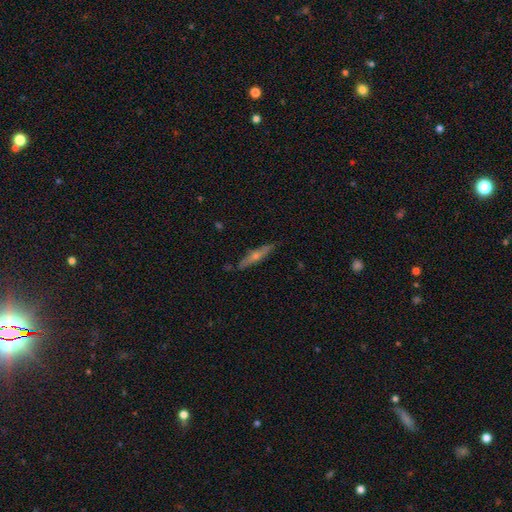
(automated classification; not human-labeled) Overall: featured or disk (62%; smooth 31%). Edge-on disk: yes (92%). Edge-on bulge: rounded (84%). Merging: none (86%).